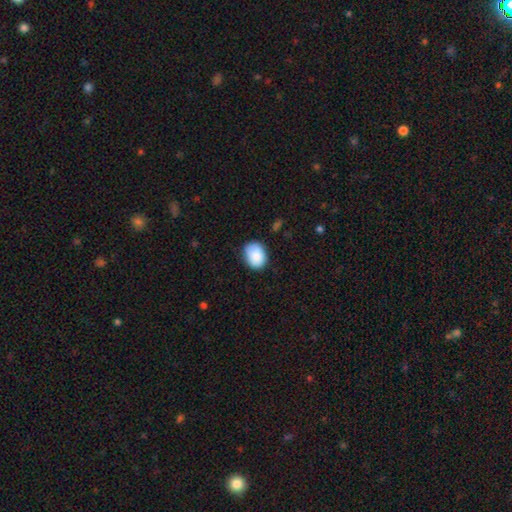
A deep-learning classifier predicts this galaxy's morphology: Smooth or featured? Predicted: smooth (p=0.88). How rounded? Predicted: in between (p=0.65). Merging? Predicted: none (p=0.76).